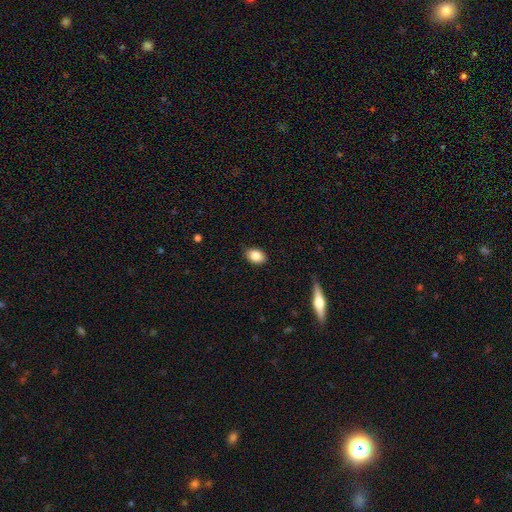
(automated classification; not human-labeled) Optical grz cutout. It shows a smooth galaxy with no disk features (85%) that is in between round and cigar-shaped (81%). Merging: none (86%).